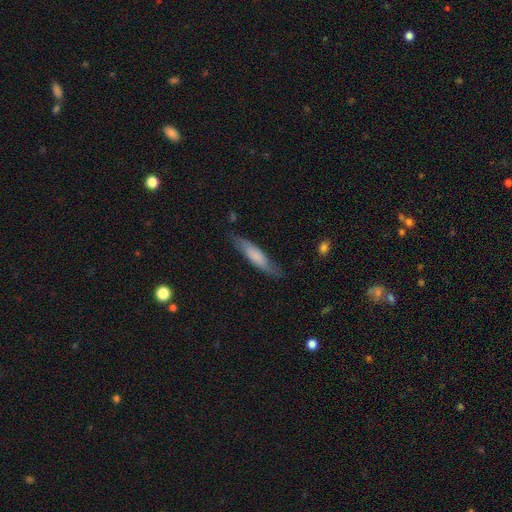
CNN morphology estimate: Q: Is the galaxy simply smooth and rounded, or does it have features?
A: smooth — 65%.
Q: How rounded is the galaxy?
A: cigar-shaped — 80%.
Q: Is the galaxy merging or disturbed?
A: none — 75%.